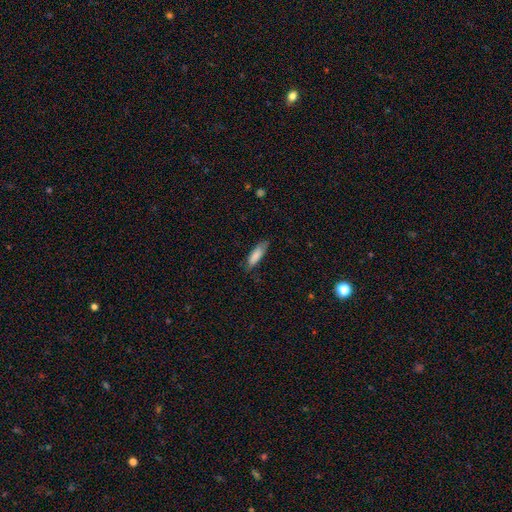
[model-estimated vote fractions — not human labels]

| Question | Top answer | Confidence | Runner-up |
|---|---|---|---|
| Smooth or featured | smooth | 85% | featured or disk (9%) |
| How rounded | cigar-shaped | 51% | in between (48%) |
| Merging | none | 71% | minor disturbance (23%) |